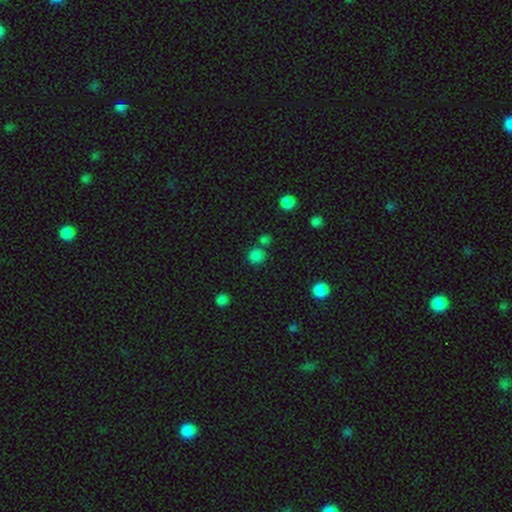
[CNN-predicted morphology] smooth-or-featured: smooth: 79% | star or artifact: 17% | featured or disk: 4%
  how-rounded: round: 90% | in between: 9% | cigar-shaped: 1%
  merging: none: 72% | merger: 15% | minor disturbance: 9% | major disturbance: 3%